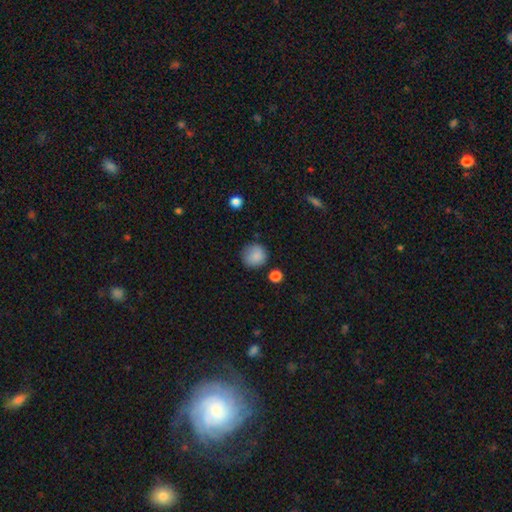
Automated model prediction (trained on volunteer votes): smooth 86%, star or artifact 9%, featured or disk 5%. Down the decision tree: how rounded — round (91%); merging — none (80%).